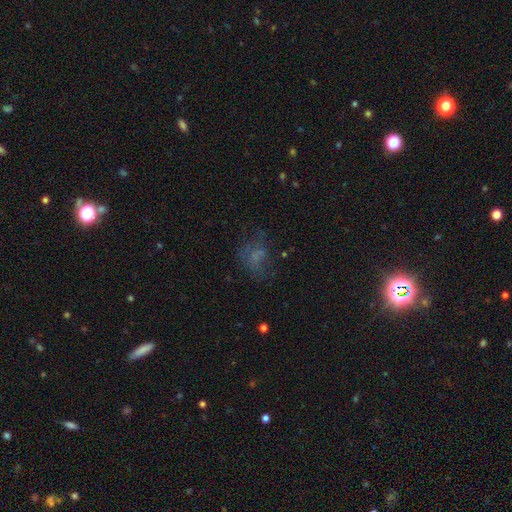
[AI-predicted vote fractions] The model was most divided on "merging": none: 45%, major disturbance: 31%, minor disturbance: 20%, merger: 4%. Remaining: smooth or featured — smooth (45%).